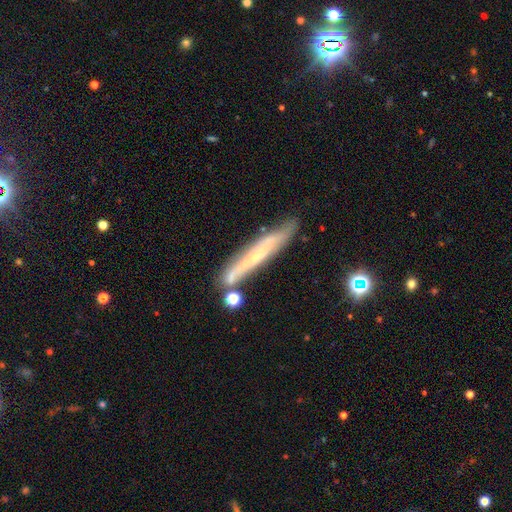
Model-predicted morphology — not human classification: A featured or disk galaxy (61%) viewed edge-on (83%) with a rounded central bulge (49%).

Vote fractions:
- Smooth or featured? featured or disk: 61% / smooth: 32% / star or artifact: 8%
- Edge-on disk? yes: 83% / no: 17%
- Edge-on bulge? rounded: 49% / none: 47% / boxy: 4%
- Merging? none: 75% / minor disturbance: 15% / merger: 7% / major disturbance: 3%